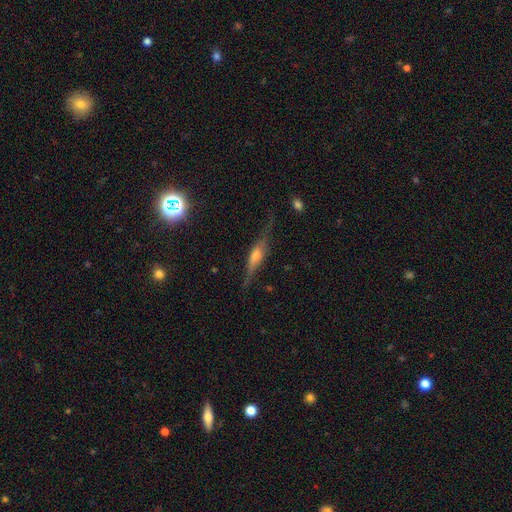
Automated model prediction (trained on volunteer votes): A featured or disk galaxy (66%) viewed edge-on (92%) with a rounded central bulge (71%). Merging: none (72%).